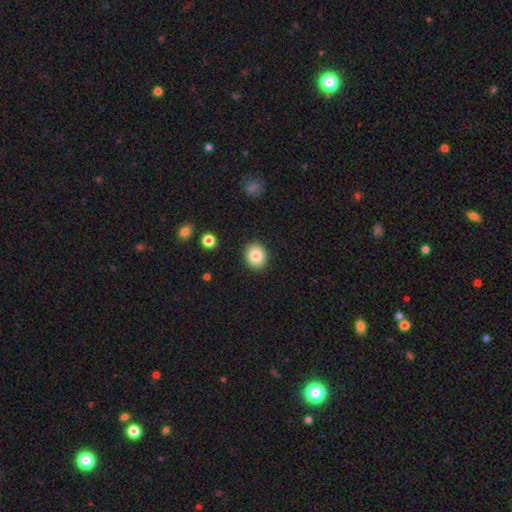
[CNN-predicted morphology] Smooth or featured? Predicted: smooth (p=0.84). How rounded? Predicted: round (p=0.62). Merging? Predicted: none (p=0.89).